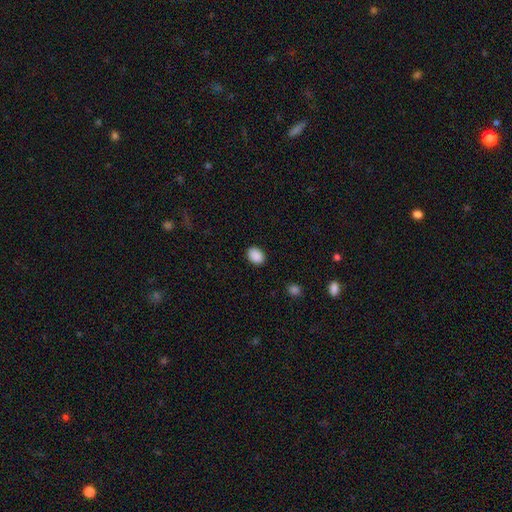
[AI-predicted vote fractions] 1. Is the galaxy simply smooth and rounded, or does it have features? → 90% smooth, 8% star or artifact, 2% featured or disk.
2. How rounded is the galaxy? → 73% in between, 26% round, 1% cigar-shaped.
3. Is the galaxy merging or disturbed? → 89% none, 8% minor disturbance, 2% major disturbance, 1% merger.